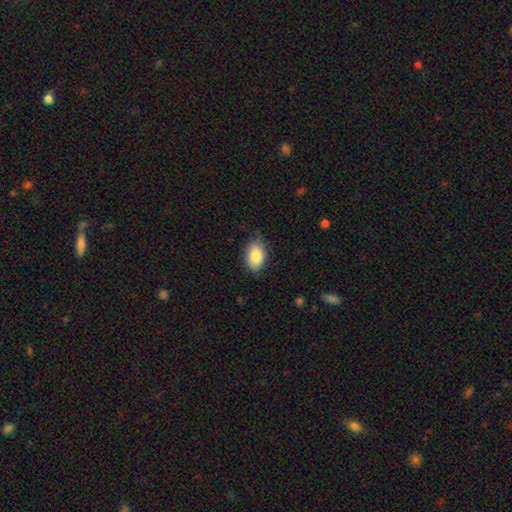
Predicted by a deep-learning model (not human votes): Overall: smooth (86%). How rounded: in between (89%). Merging: none (74%).